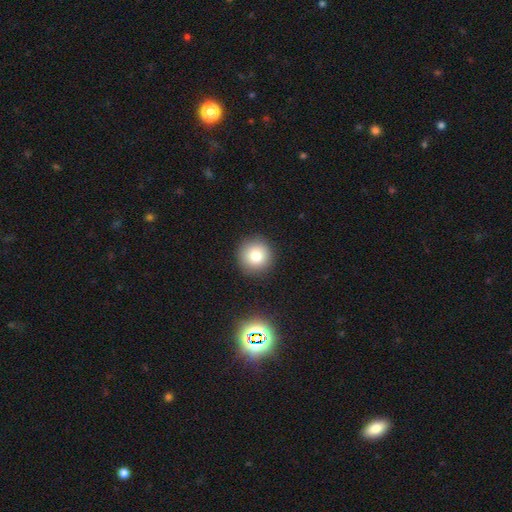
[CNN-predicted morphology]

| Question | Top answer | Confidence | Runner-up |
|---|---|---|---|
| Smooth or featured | smooth | 79% | star or artifact (12%) |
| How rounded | round | 94% | in between (5%) |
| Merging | none | 90% | minor disturbance (6%) |